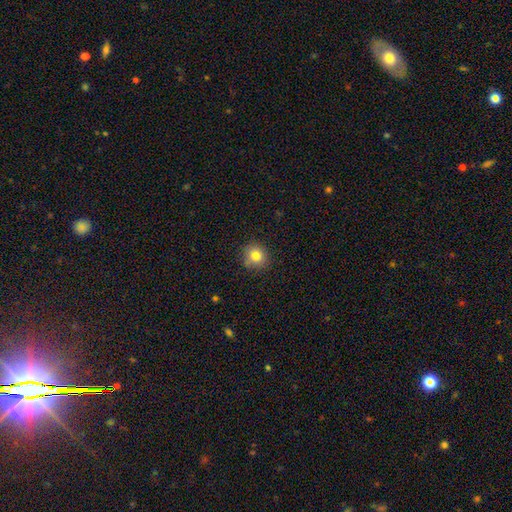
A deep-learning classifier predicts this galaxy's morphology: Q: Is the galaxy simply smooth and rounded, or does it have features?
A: smooth — 82%.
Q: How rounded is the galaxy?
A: round — 85%.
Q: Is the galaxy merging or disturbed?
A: none — 83%.